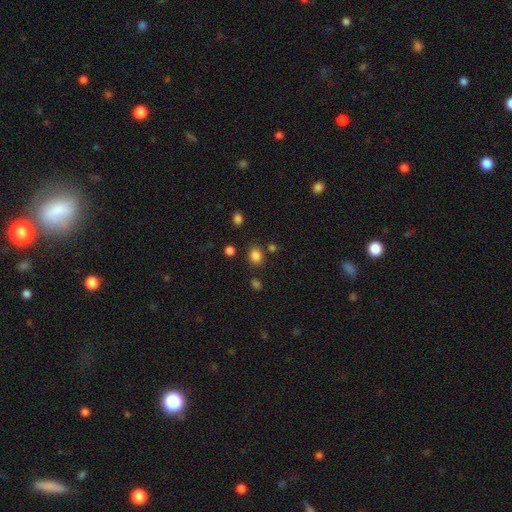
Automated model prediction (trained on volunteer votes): Morphology: type=smooth (83%); roundness=round (52%); merging=none (80%).